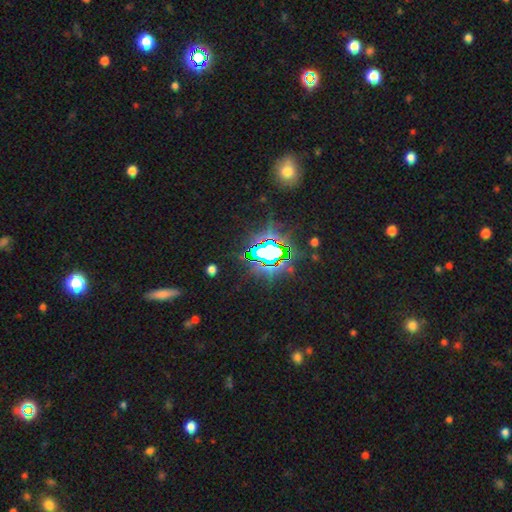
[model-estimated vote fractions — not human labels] Overall: star or artifact (78%).